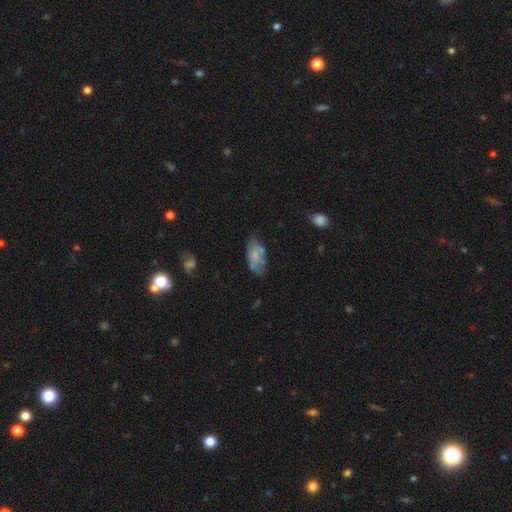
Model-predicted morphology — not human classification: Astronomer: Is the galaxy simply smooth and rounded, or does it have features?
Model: smooth — 61%.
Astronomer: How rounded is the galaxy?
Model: in between — 88%.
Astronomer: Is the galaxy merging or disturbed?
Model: none — 49% (runner-up: minor disturbance, 30%).